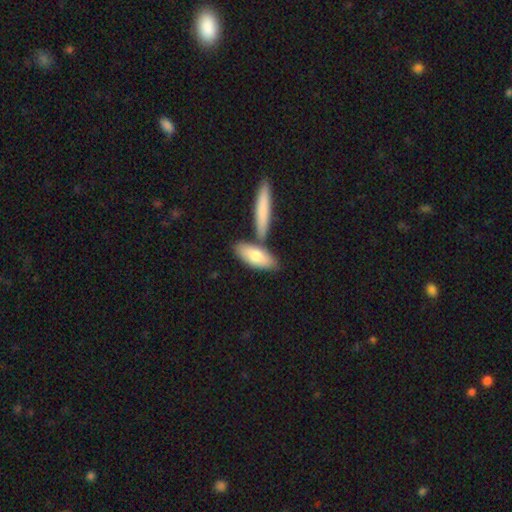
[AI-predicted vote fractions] Smooth or featured? Predicted: smooth (p=0.75). How rounded? Predicted: in between (p=0.71). Merging? Predicted: none (p=0.60).